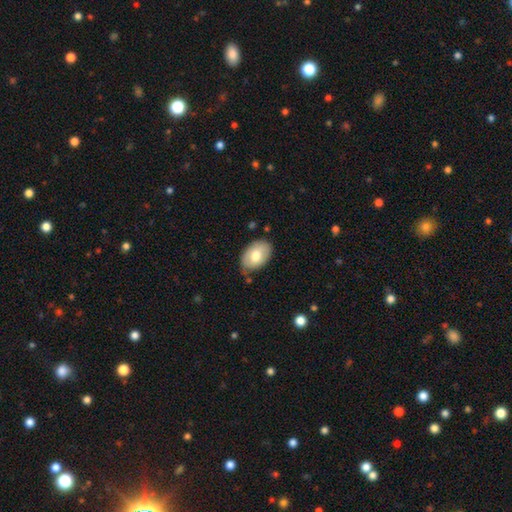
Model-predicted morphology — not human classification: A smooth galaxy with no disk features (73%) that is in between round and cigar-shaped (89%). Merging: none (75%).